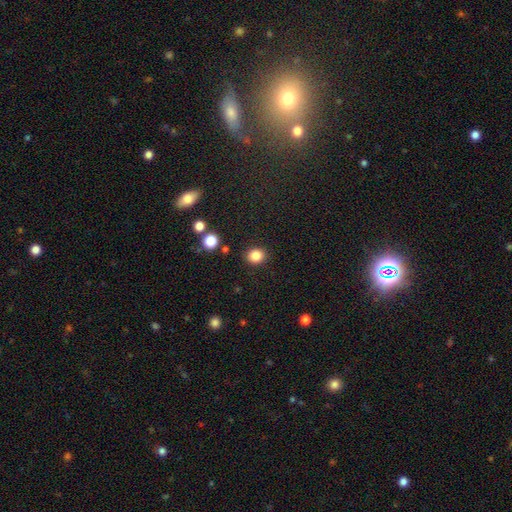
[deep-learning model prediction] This appears to be a smooth galaxy with no disk features (85%) that is round (71%). Merging: none (89%).